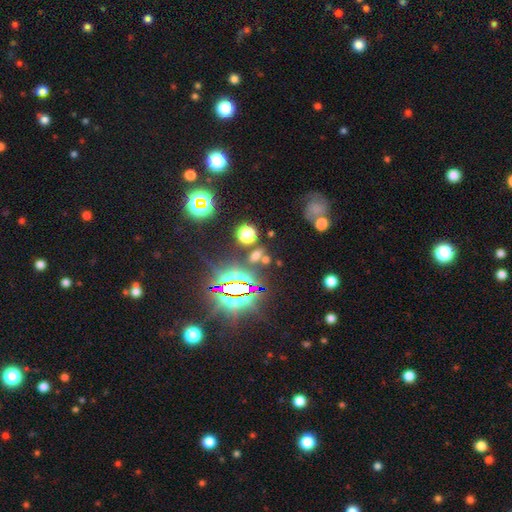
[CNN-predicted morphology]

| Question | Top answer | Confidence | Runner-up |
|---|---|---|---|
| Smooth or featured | star or artifact | 56% | smooth (35%) |